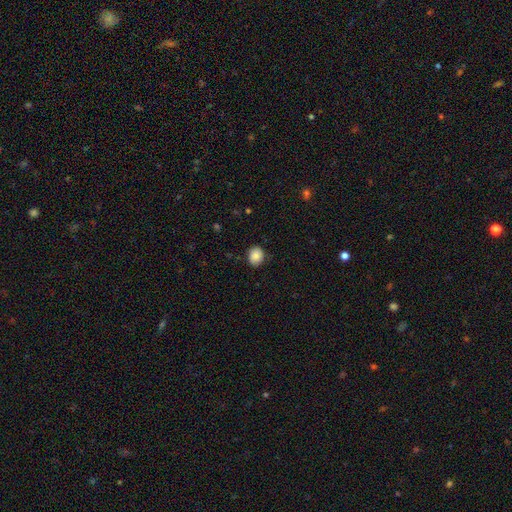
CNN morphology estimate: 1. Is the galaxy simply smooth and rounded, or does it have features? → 84% smooth, 8% star or artifact, 7% featured or disk.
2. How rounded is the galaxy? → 60% round, 39% in between, 1% cigar-shaped.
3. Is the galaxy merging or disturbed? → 83% none, 13% minor disturbance, 2% major disturbance, 1% merger.